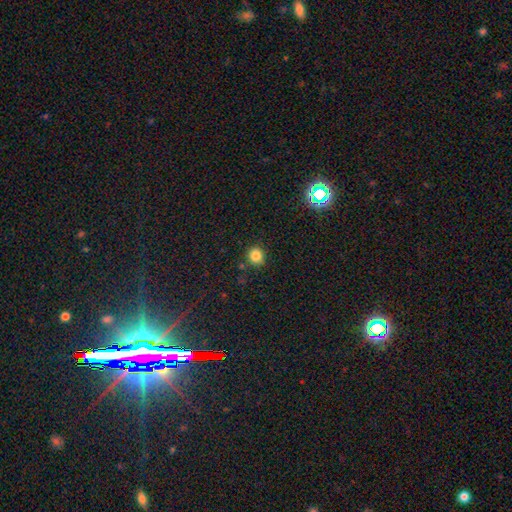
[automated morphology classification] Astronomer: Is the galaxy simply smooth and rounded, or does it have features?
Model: smooth — 83%.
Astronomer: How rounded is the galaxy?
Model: round — 90%.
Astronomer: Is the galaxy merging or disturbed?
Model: none — 87%.